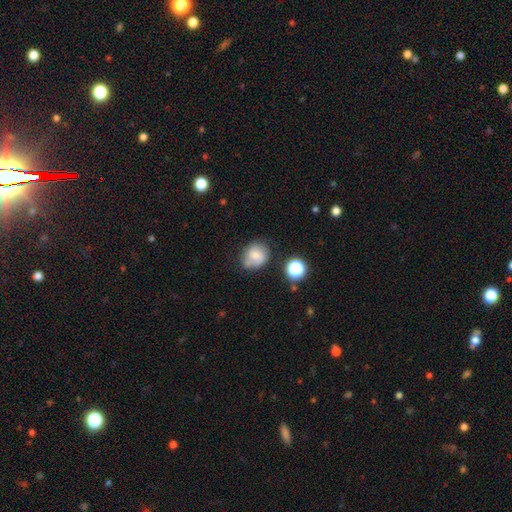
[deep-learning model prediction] The model was most divided on "how rounded": round: 62%, in between: 37%, cigar-shaped: 1%. More confident: smooth or featured — smooth (70%); merging — none (56%).